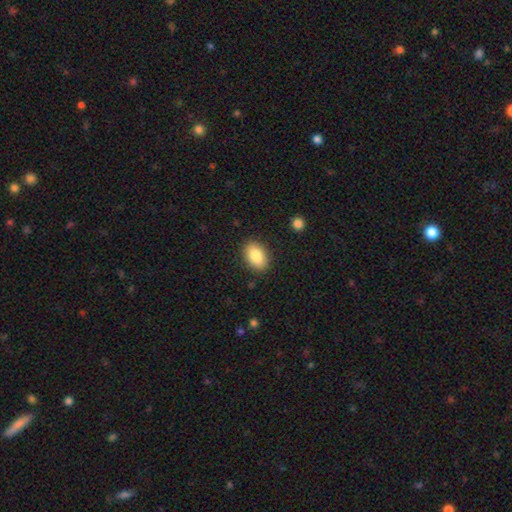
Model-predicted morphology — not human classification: smooth-or-featured: smooth: 86% | featured or disk: 7% | star or artifact: 7%
  how-rounded: in between: 87% | round: 11% | cigar-shaped: 1%
  merging: none: 87% | minor disturbance: 9% | major disturbance: 2% | merger: 1%